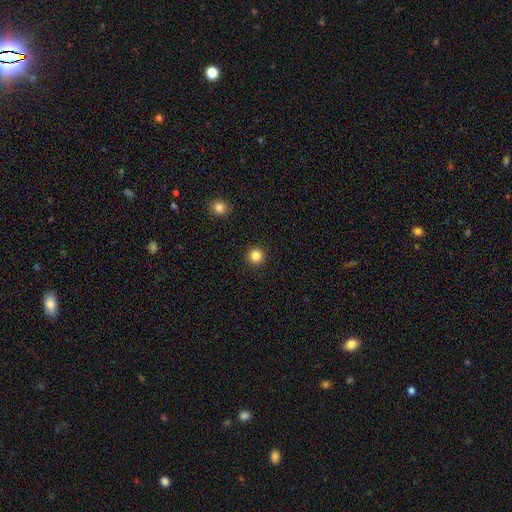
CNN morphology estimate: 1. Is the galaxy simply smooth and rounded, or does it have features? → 84% smooth, 12% star or artifact, 4% featured or disk.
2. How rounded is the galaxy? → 95% round, 4% in between, 1% cigar-shaped.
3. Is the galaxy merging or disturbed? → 93% none, 4% minor disturbance, 2% major disturbance, 1% merger.